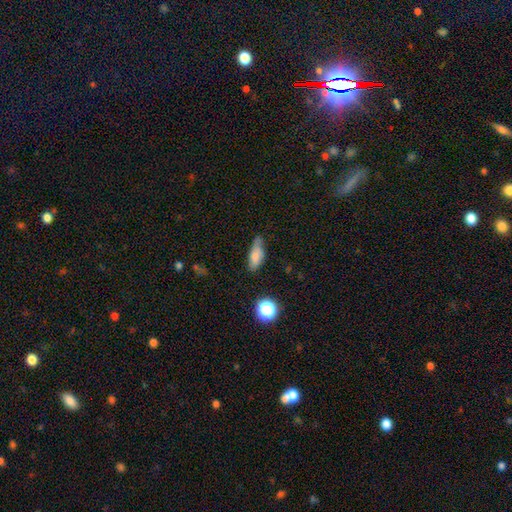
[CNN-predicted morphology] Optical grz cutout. It shows a smooth galaxy with no disk features (76%) that is in between round and cigar-shaped (70%). Merging: none (57%).